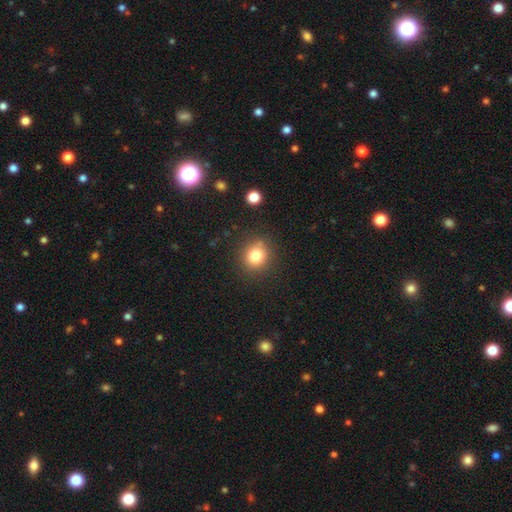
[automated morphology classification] This appears to be a smooth galaxy with no disk features (81%) that is round (81%). Merging: none (83%).